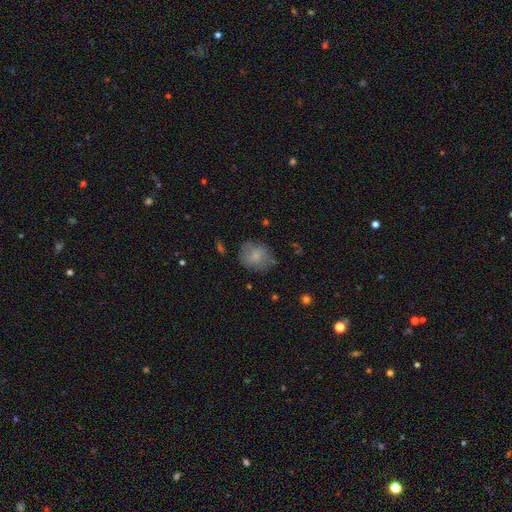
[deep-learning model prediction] Smooth or featured? smooth (68%)
How rounded? round (69%)
Merging? none (67%)